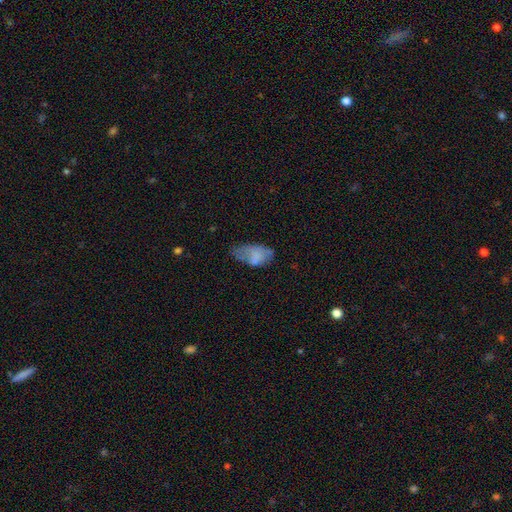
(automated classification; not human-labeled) A smooth galaxy with no disk features (68%) that is in between round and cigar-shaped (93%). Merging: minor disturbance (36%).